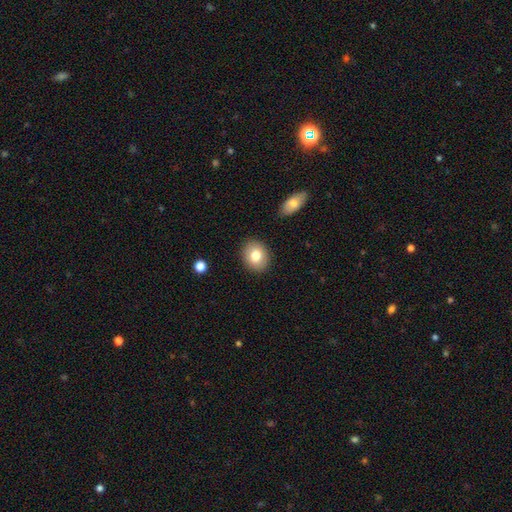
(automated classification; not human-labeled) smooth 78%, featured or disk 13%, star or artifact 8%. Down the decision tree: how rounded — round (53%); merging — none (88%).